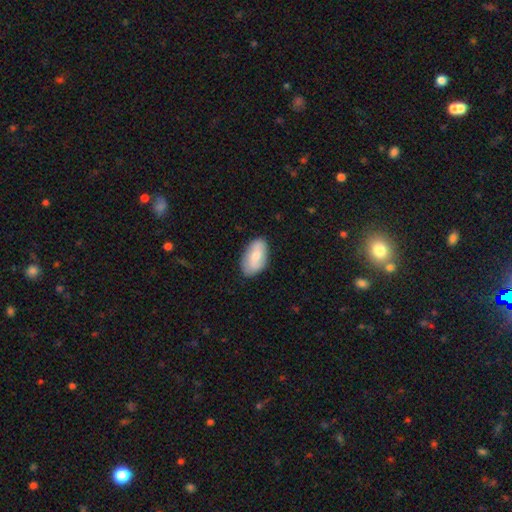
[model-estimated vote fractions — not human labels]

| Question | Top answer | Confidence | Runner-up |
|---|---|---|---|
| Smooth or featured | smooth | 67% | featured or disk (27%) |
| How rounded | in between | 94% | round (4%) |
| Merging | none | 81% | minor disturbance (15%) |